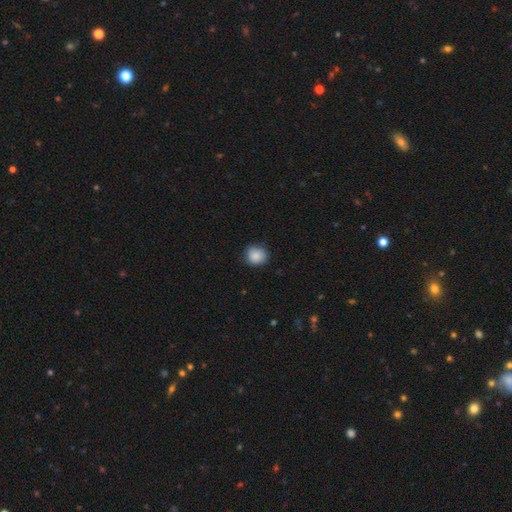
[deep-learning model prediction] Q: Smooth or featured?
A: smooth (87%); runner-up: star or artifact (8%)
Q: How rounded?
A: round (82%); runner-up: in between (17%)
Q: Merging?
A: none (80%); runner-up: minor disturbance (16%)